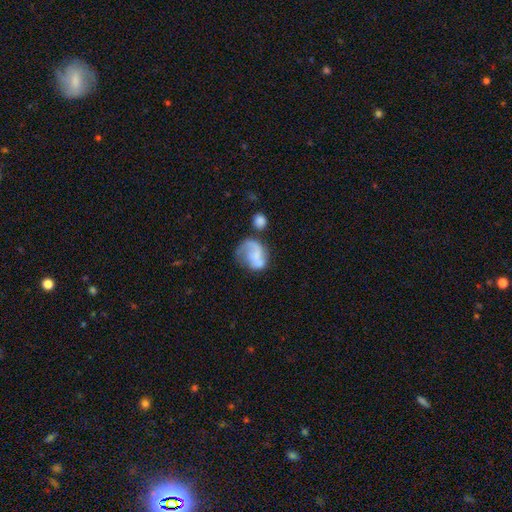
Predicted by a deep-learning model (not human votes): This appears to be a featured or disk galaxy (52%) with no bar (68%), spiral arms (69%) and no central bulge (55%). Merging: none (31%, tied with major disturbance).